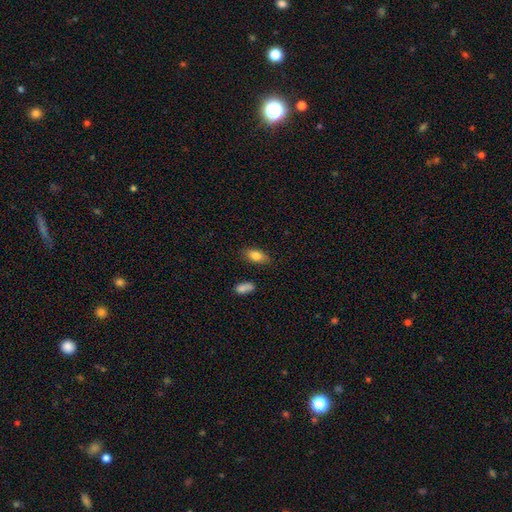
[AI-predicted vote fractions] Smooth or featured: smooth — 82% (featured or disk — 10%)
How rounded: in between — 87% (cigar-shaped — 9%)
Merging: none — 82% (minor disturbance — 12%)